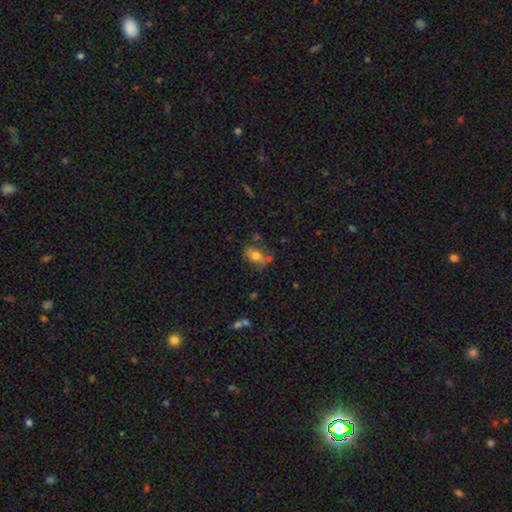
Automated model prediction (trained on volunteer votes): Smooth or featured? smooth (69%)
How rounded? in between (82%)
Merging? none (64%)